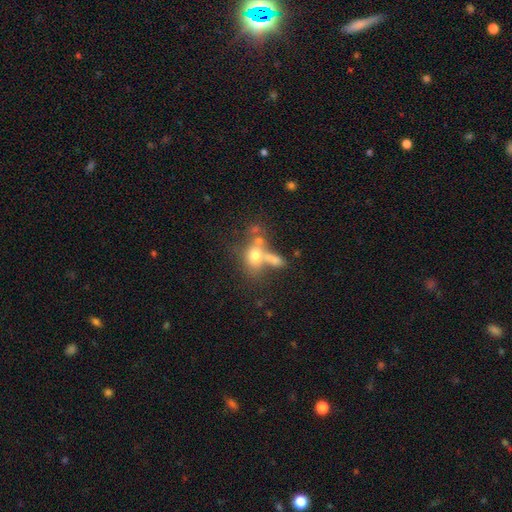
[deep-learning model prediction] Overall: smooth (67%). How rounded: in between (55%; round 41%). Merging: merger (43%; none 33%).